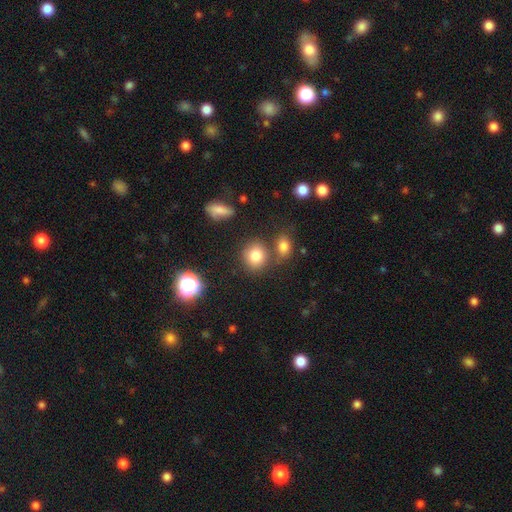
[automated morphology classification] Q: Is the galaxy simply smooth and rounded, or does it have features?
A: smooth — 80%.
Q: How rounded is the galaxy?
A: round — 77%.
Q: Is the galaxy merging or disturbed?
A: none — 71%.